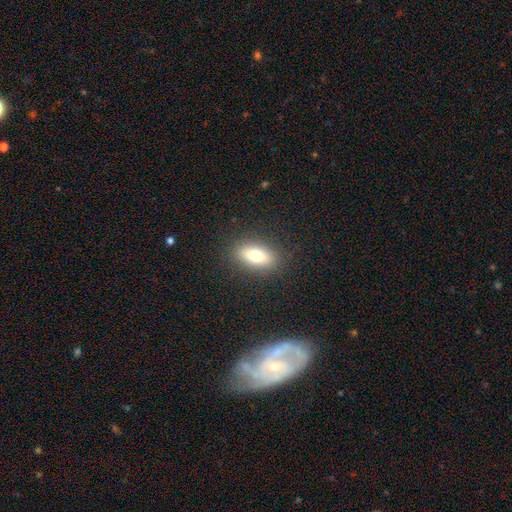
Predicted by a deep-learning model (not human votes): smooth_or_featured: smooth (p=0.75) [alt: featured or disk p=0.16]
how_rounded: in between (p=0.84) [alt: round p=0.08]
merging: none (p=0.87) [alt: minor disturbance p=0.09]